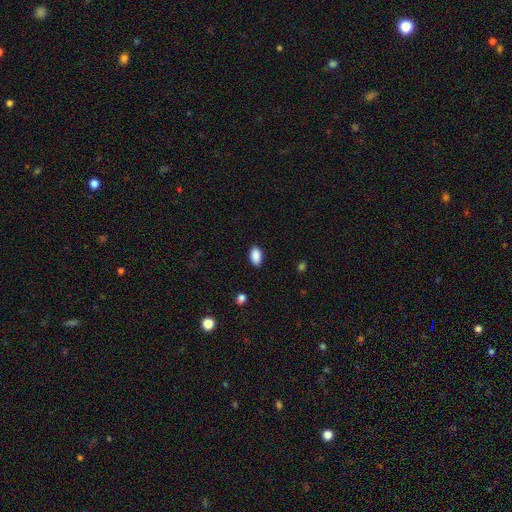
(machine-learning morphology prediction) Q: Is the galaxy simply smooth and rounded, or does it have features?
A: smooth — 89%.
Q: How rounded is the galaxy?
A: in between — 93%.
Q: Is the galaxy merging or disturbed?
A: none — 88%.